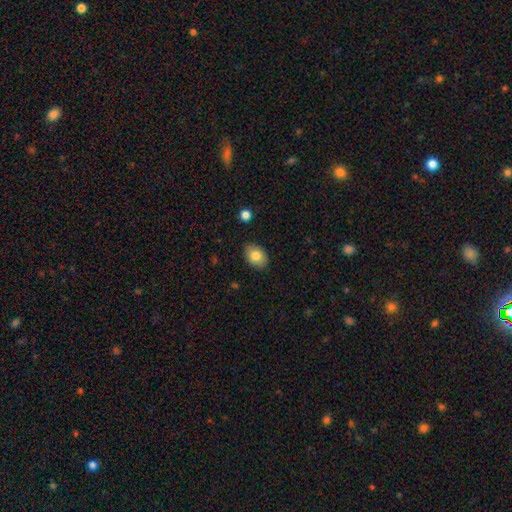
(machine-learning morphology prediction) Overall: smooth (82%). How rounded: in between (78%). Merging: none (86%).